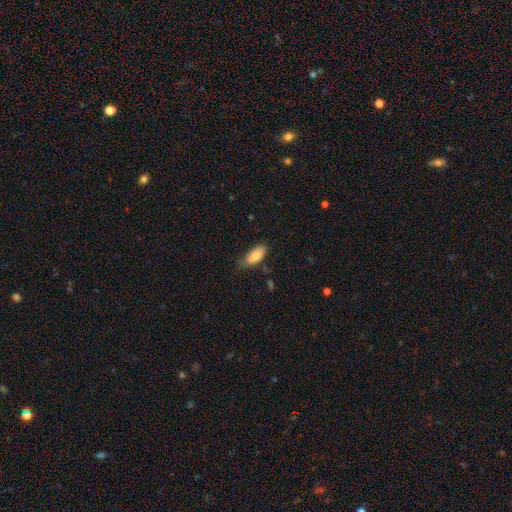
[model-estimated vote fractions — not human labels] This appears to be a smooth galaxy with no disk features (79%) that is in between round and cigar-shaped (88%). Merging: none (54%).